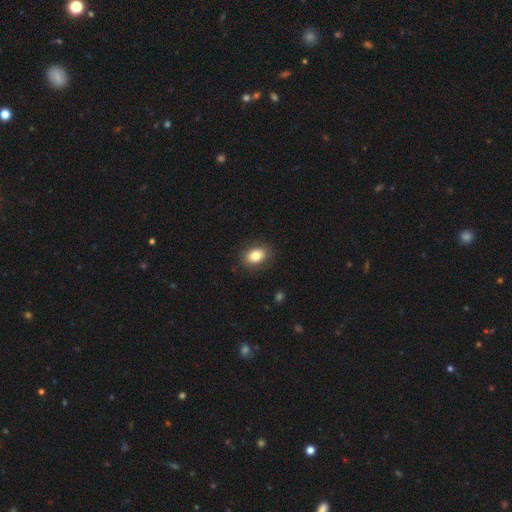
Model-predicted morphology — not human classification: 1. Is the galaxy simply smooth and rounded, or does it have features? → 82% smooth, 10% featured or disk, 8% star or artifact.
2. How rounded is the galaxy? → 76% in between, 23% round, 1% cigar-shaped.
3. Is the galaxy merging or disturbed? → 87% none, 9% minor disturbance, 3% major disturbance, 1% merger.